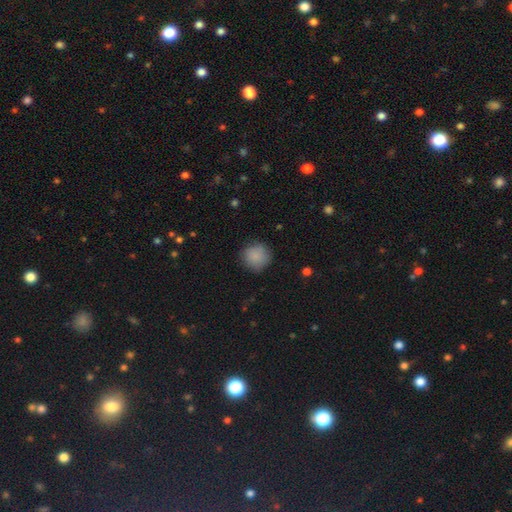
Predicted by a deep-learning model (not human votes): Morphology: type=smooth (87%); roundness=round (93%); merging=none (83%).